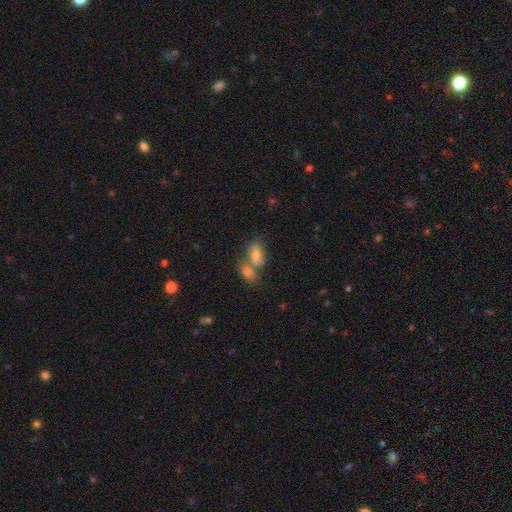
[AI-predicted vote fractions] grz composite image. It shows a smooth galaxy with no disk features (68%) that is in between round and cigar-shaped (86%). Merging: merger (52%).